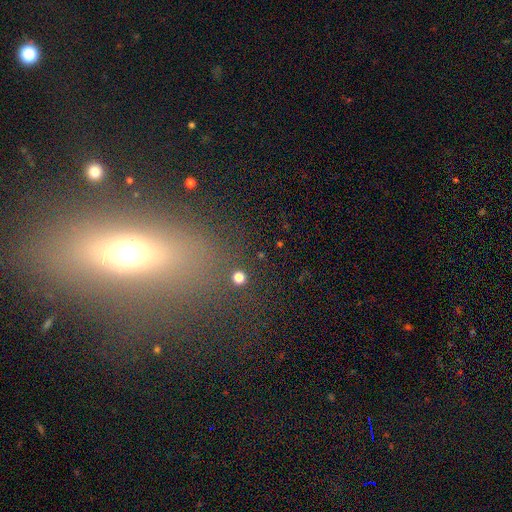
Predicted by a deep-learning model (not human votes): Smooth or featured? Predicted: smooth (p=0.49). Merging? Predicted: none (p=0.73).